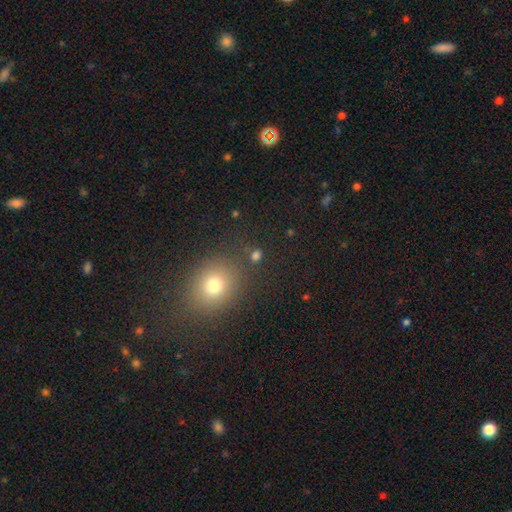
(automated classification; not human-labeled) Q: Smooth or featured?
A: smooth (72%); runner-up: star or artifact (21%)
Q: How rounded?
A: round (61%); runner-up: in between (37%)
Q: Merging?
A: none (77%); runner-up: minor disturbance (9%)